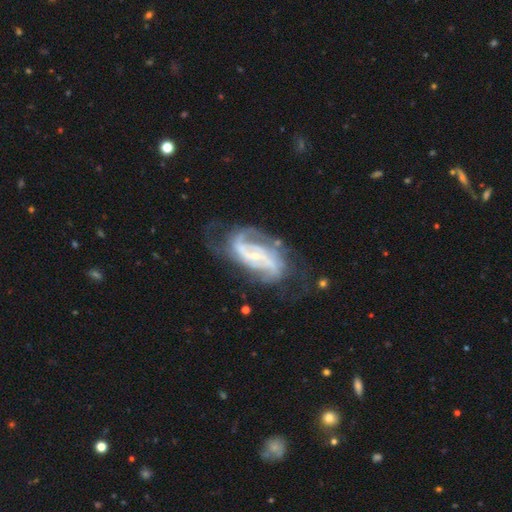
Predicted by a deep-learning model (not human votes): Smooth or featured? Predicted: featured or disk (p=0.88). Edge-on disk? Predicted: no (p=0.96). Bar? Predicted: no (p=0.37, tied with weak). Spiral arms? Predicted: yes (p=0.96). Spiral winding? Predicted: medium (p=0.46). Spiral arm count? Predicted: 2 (p=0.53). Bulge size? Predicted: small (p=0.76). Merging? Predicted: none (p=0.59).